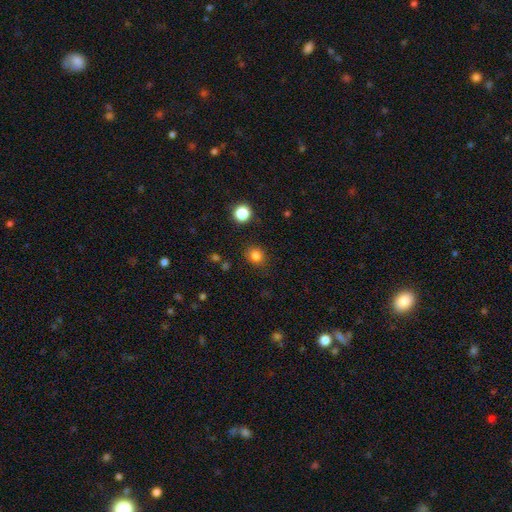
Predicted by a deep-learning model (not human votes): smooth 81%, star or artifact 14%, featured or disk 5%. Down the decision tree: how rounded — round (81%); merging — none (86%).